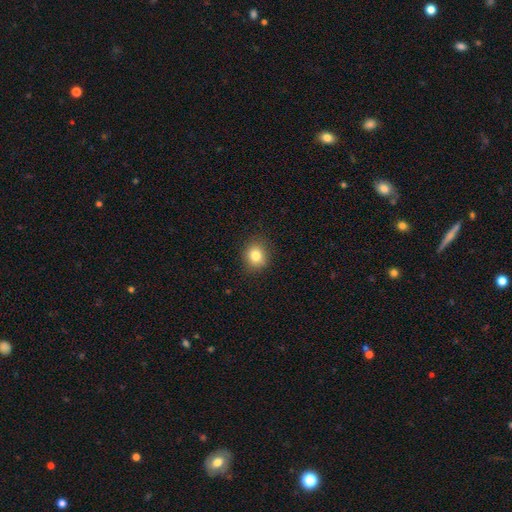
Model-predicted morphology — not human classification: smooth 81%, star or artifact 11%, featured or disk 7%. Down the decision tree: how rounded — round (75%); merging — none (87%).